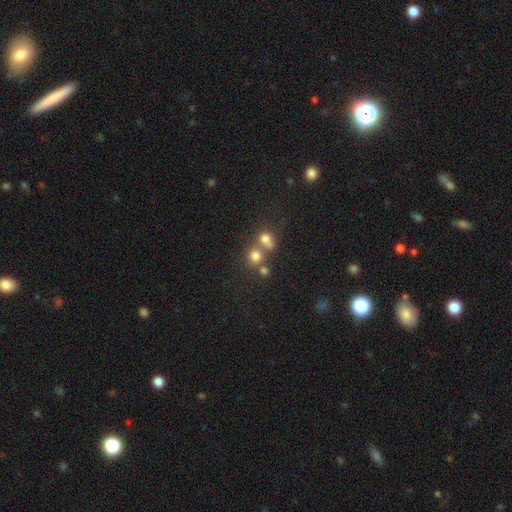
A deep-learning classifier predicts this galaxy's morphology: type=smooth (71%); roundness=round (85%); merging=none (50%).